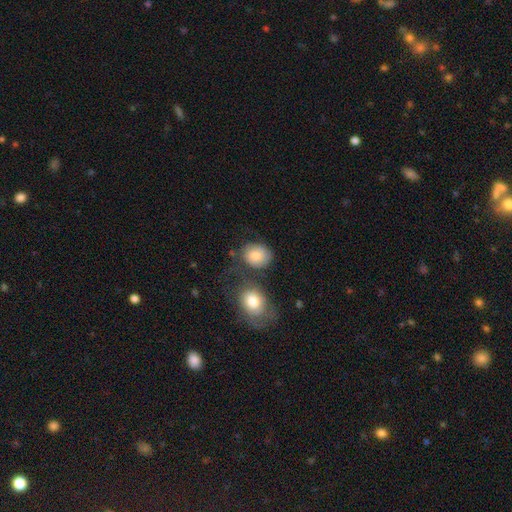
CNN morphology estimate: Q: Smooth or featured?
A: smooth (72%); runner-up: featured or disk (20%)
Q: How rounded?
A: round (57%); runner-up: in between (42%)
Q: Merging?
A: none (60%); runner-up: minor disturbance (17%)